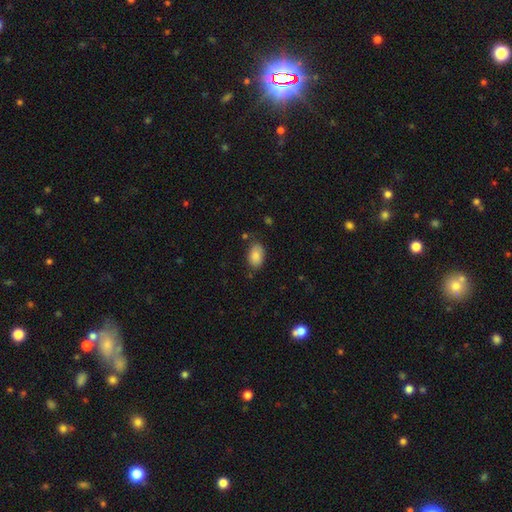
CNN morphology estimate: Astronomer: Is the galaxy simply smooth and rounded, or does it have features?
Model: smooth — 85%.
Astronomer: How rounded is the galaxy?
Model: in between — 90%.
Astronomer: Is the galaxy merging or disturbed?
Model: none — 75%.